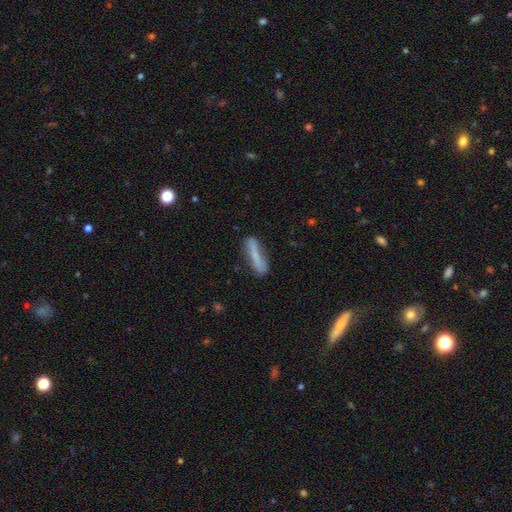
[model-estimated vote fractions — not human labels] smooth_or_featured: smooth (p=0.66) [alt: featured or disk p=0.27]
how_rounded: cigar-shaped (p=0.84) [alt: in between p=0.14]
merging: none (p=0.74) [alt: minor disturbance p=0.17]